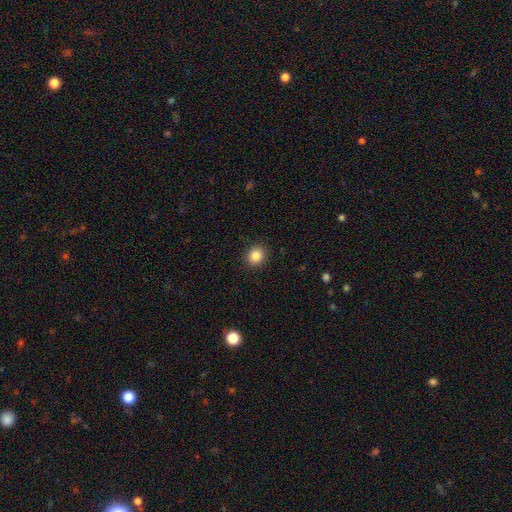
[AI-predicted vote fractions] A smooth galaxy with no disk features (85%) that is round (82%). Merging: none (91%).